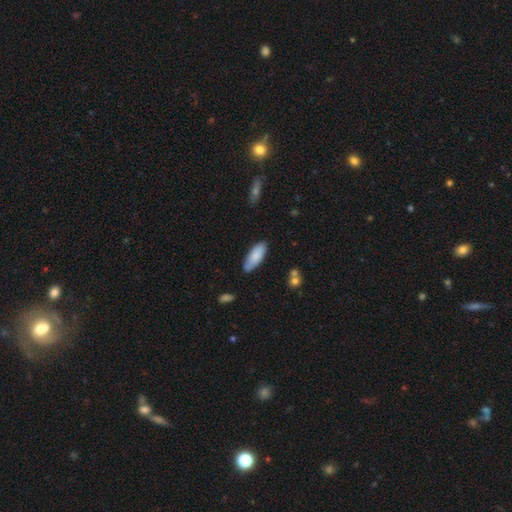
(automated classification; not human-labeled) Q: Smooth or featured?
A: smooth (82%); runner-up: featured or disk (12%)
Q: How rounded?
A: in between (74%); runner-up: cigar-shaped (25%)
Q: Merging?
A: none (78%); runner-up: minor disturbance (16%)